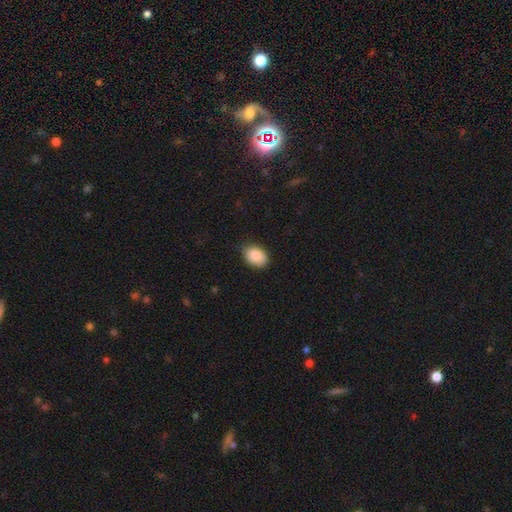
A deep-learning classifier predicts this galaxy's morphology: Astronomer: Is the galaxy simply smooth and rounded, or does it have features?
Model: smooth — 88%.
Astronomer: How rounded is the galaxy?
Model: in between — 80%.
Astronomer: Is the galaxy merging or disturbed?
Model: none — 81%.